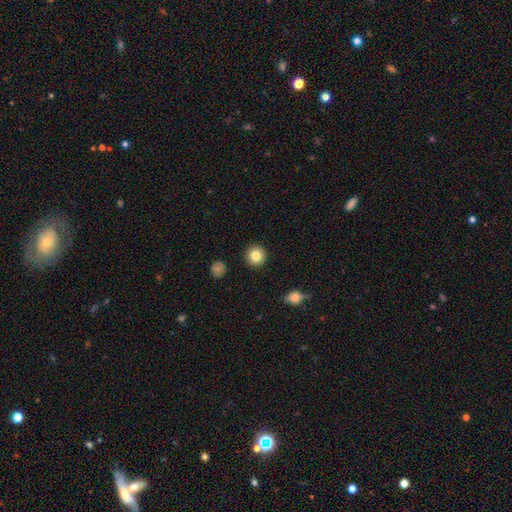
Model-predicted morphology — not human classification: This appears to be a smooth galaxy with no disk features (83%) that is round (94%). Merging: none (93%).